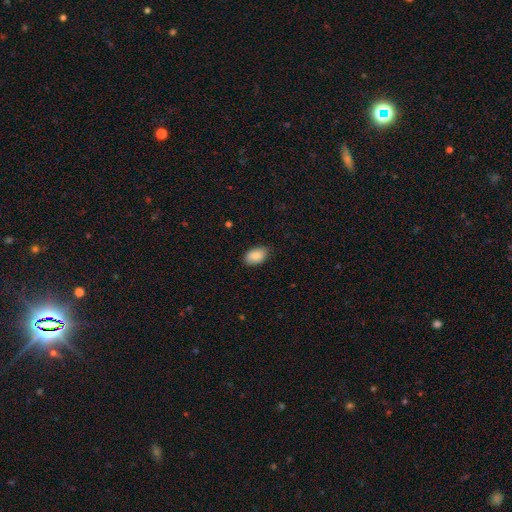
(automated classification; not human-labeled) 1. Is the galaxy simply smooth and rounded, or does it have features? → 85% smooth, 8% featured or disk, 7% star or artifact.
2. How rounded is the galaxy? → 92% in between, 7% round, 1% cigar-shaped.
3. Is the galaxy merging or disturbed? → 83% none, 14% minor disturbance, 2% major disturbance, 1% merger.